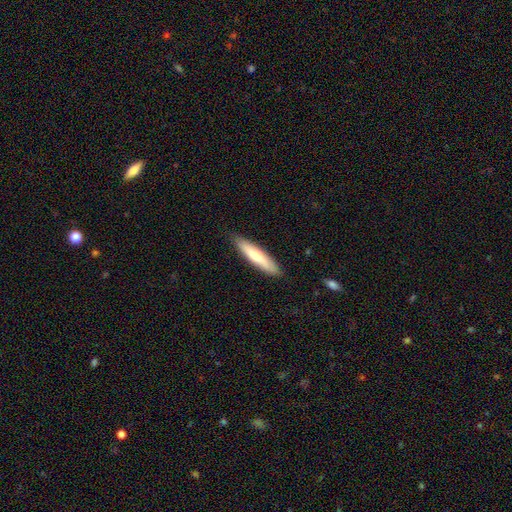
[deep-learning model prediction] Morphology: type=smooth (71%); roundness=cigar-shaped (84%); merging=none (87%).